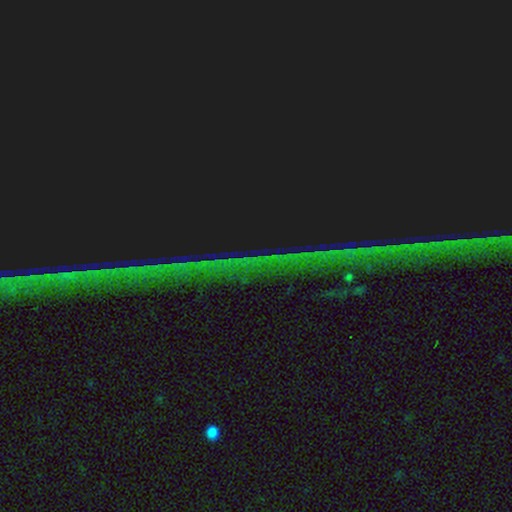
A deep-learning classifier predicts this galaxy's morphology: This is clearly a star or artifact rather than a galaxy (84%).